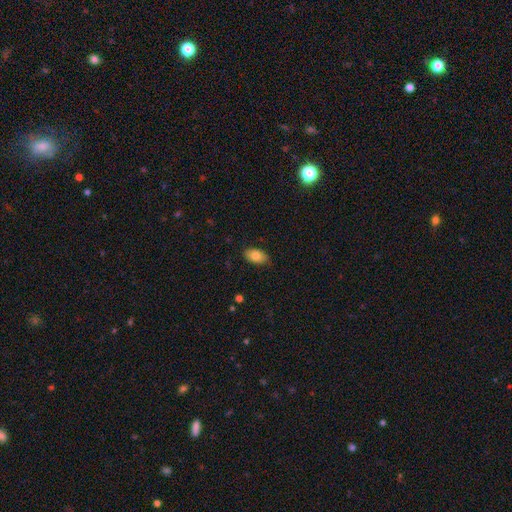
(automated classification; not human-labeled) Overall: smooth (80%). How rounded: in between (93%). Merging: none (84%).